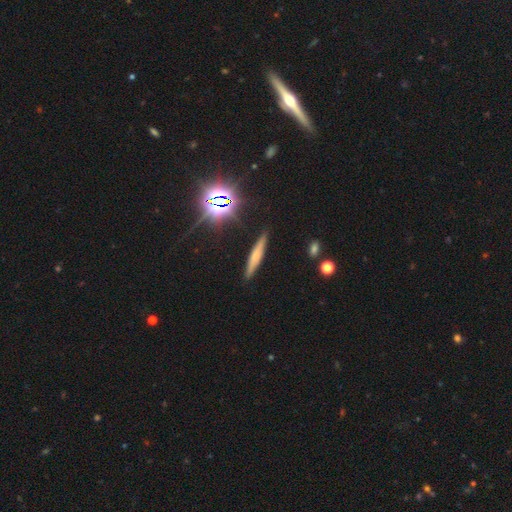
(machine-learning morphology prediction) A smooth galaxy with no disk features (52%) that is cigar-shaped (91%).

Vote fractions:
- Smooth or featured? smooth: 52% / featured or disk: 33% / star or artifact: 15%
- How rounded? cigar-shaped: 91% / in between: 7% / round: 2%
- Merging? none: 88% / minor disturbance: 8% / major disturbance: 2% / merger: 2%